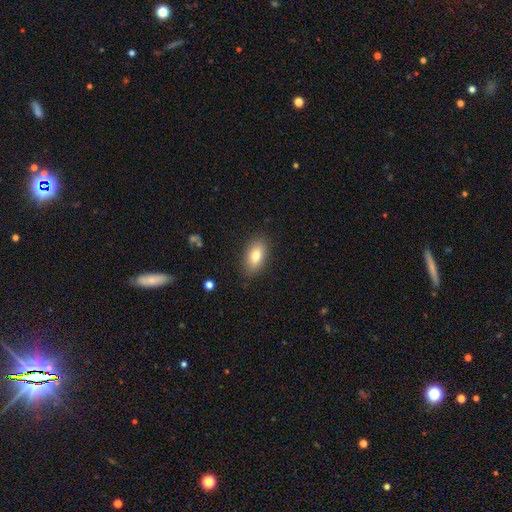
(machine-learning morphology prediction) type=smooth (78%); roundness=in between (89%); merging=none (85%).